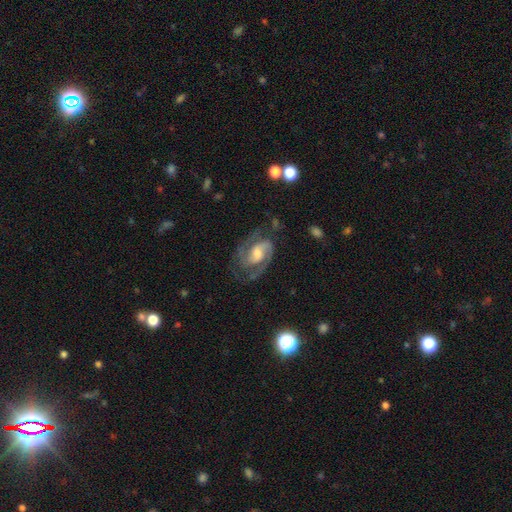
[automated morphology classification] featured or disk 89%, star or artifact 6%, smooth 5%. Down the decision tree: edge-on disk — no (97%); bar — weak (46%); spiral arms — yes (98%); spiral arm count — 2 (82%); spiral winding — medium (50%); bulge size — moderate (56%); merging — none (75%).